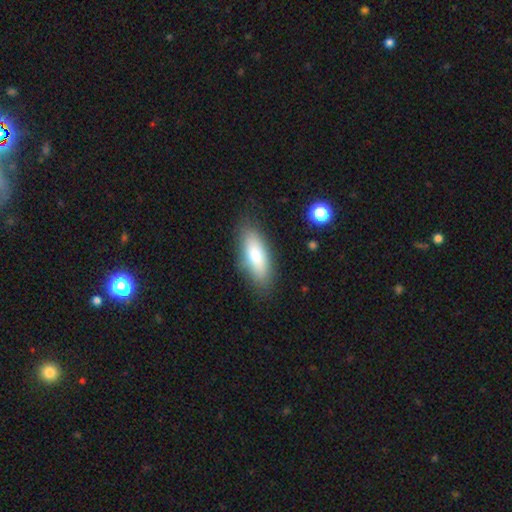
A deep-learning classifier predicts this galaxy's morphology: A smooth galaxy with no disk features (69%) that is in between round and cigar-shaped (70%).

Vote fractions:
- Smooth or featured? smooth: 69% / featured or disk: 23% / star or artifact: 8%
- How rounded? in between: 70% / cigar-shaped: 27% / round: 3%
- Merging? none: 84% / minor disturbance: 12% / major disturbance: 3% / merger: 2%